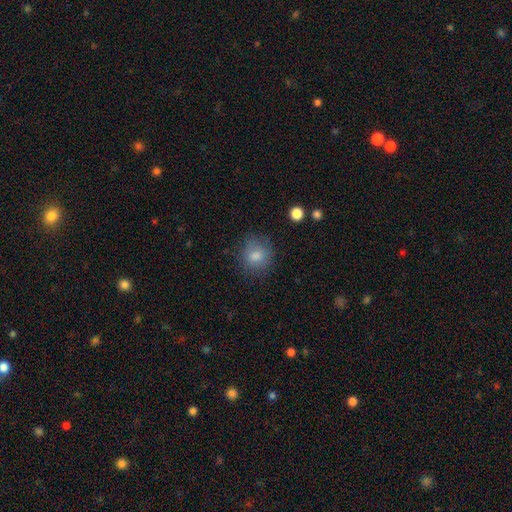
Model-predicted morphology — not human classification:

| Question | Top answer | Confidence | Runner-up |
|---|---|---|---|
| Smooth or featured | smooth | 79% | star or artifact (11%) |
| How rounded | round | 77% | in between (22%) |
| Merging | none | 78% | minor disturbance (15%) |